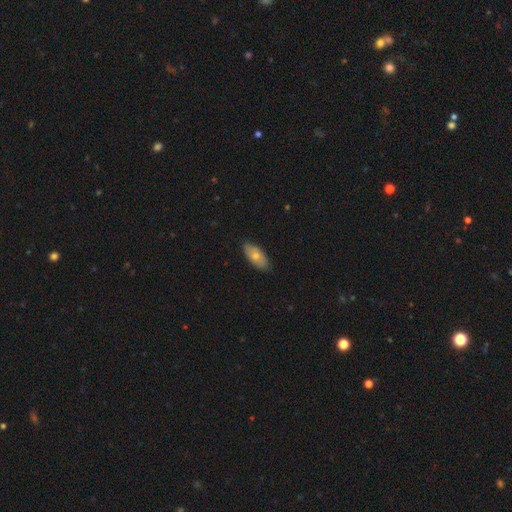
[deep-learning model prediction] Smooth or featured? smooth (68%)
How rounded? in between (90%)
Merging? none (82%)